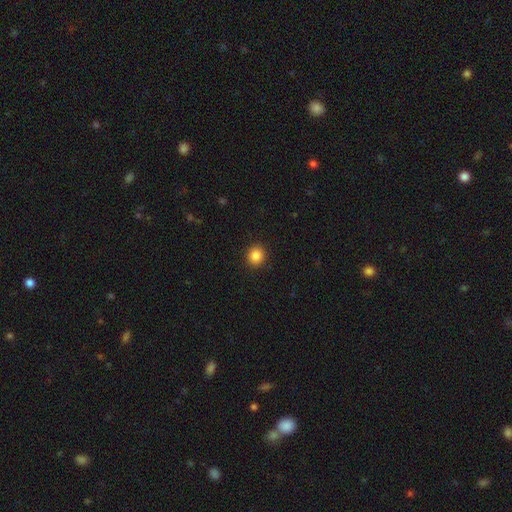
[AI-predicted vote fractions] This appears to be a smooth galaxy with no disk features (86%) that is round (88%). Merging: none (92%).